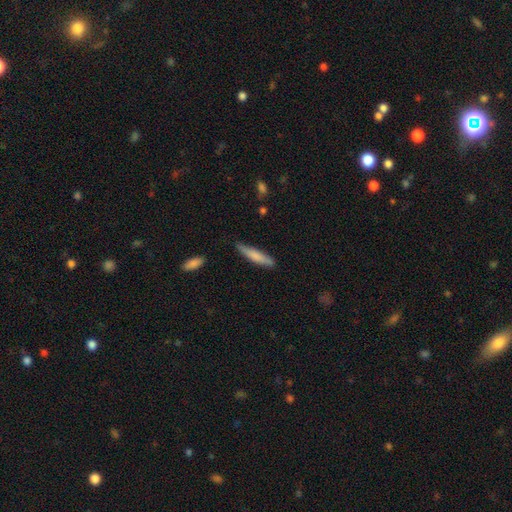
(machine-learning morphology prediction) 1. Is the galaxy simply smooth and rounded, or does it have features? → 73% smooth, 21% featured or disk, 5% star or artifact.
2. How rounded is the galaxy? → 88% cigar-shaped, 11% in between, 1% round.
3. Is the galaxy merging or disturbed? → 82% none, 14% minor disturbance, 2% major disturbance, 2% merger.